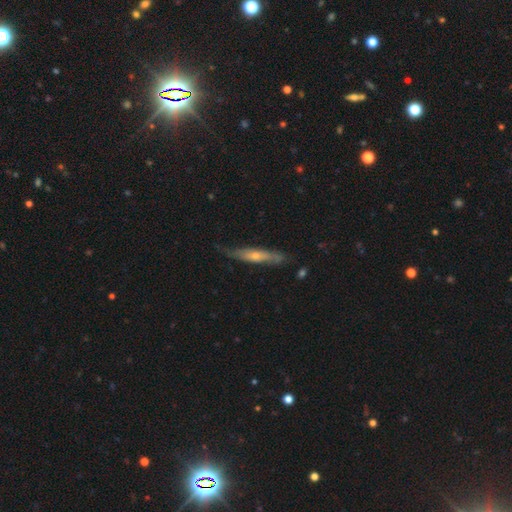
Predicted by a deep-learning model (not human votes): Morphology: type=featured or disk (59%); edge-on=yes (71%); merging=none (68%).